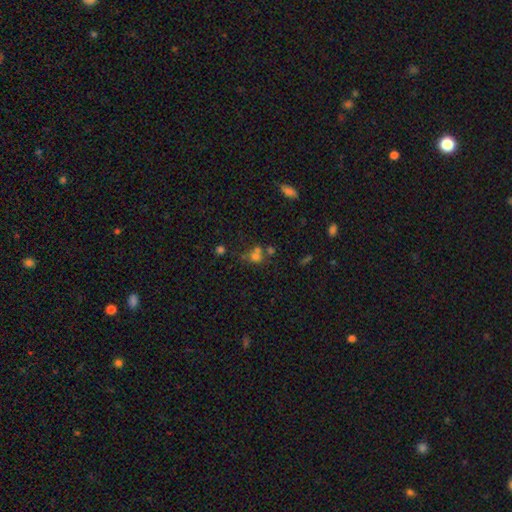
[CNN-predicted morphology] Smooth or featured? Predicted: smooth (p=0.64). How rounded? Predicted: round (p=0.73). Merging? Predicted: merger (p=0.44).